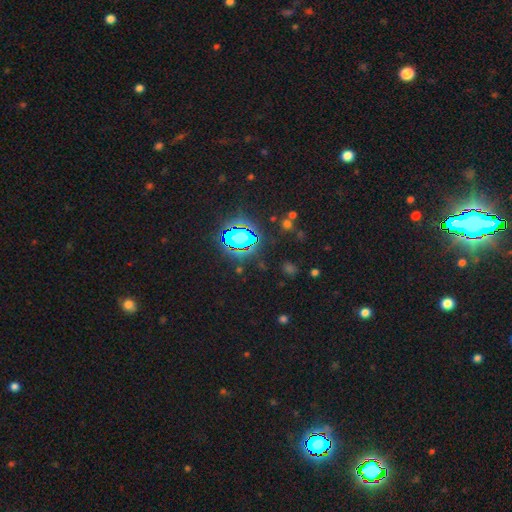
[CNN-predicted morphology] type=star or artifact (81%).